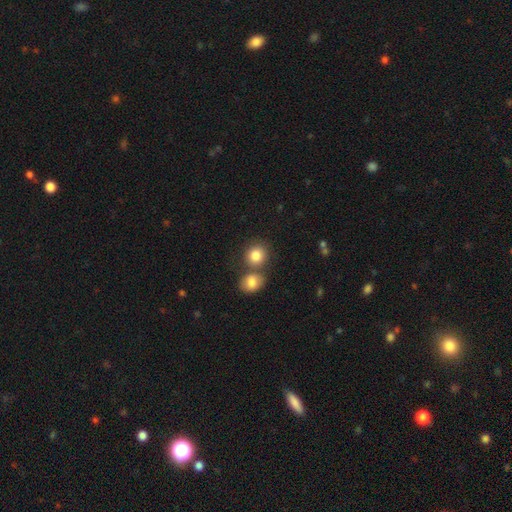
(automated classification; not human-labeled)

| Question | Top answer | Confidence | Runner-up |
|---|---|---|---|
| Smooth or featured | smooth | 84% | star or artifact (9%) |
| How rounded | round | 80% | in between (19%) |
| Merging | none | 55% | merger (33%) |